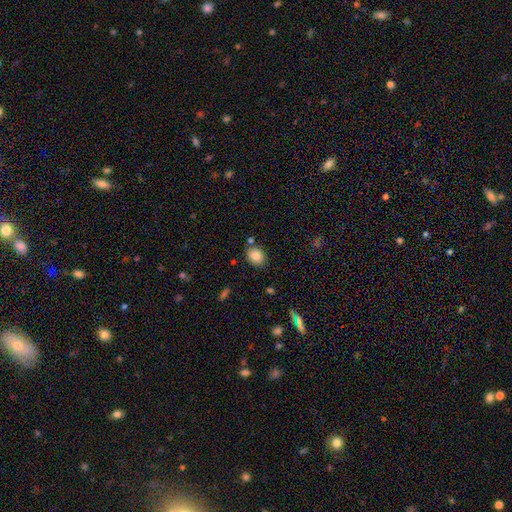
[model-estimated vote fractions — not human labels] Smooth or featured? Predicted: smooth (p=0.85). How rounded? Predicted: in between (p=0.56). Merging? Predicted: none (p=0.80).